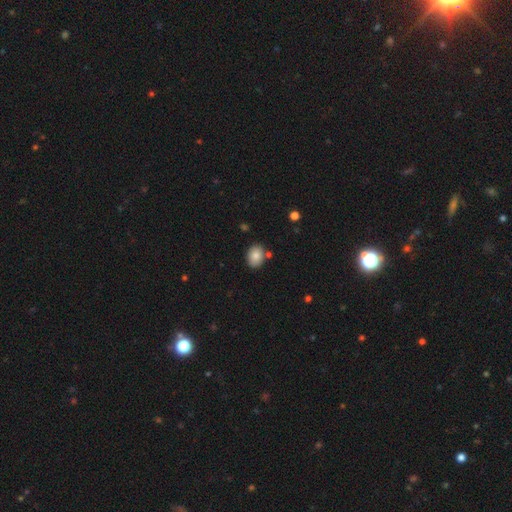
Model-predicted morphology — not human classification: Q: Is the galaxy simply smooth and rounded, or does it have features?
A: smooth — 83%.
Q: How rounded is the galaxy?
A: in between — 65%.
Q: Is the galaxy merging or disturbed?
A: none — 80%.